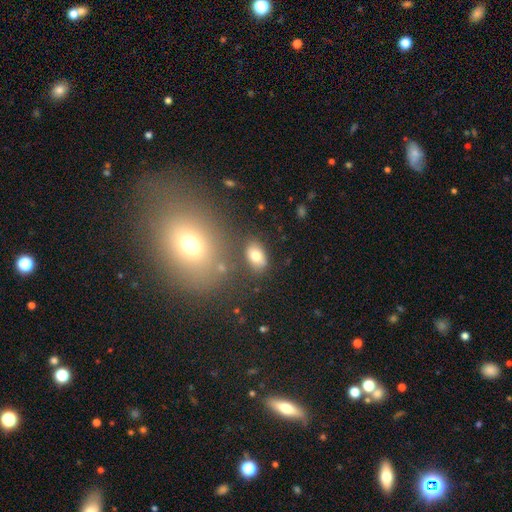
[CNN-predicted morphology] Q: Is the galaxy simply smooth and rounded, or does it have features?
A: smooth — 76%.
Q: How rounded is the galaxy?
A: in between — 87%.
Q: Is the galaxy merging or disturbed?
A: none — 80%.